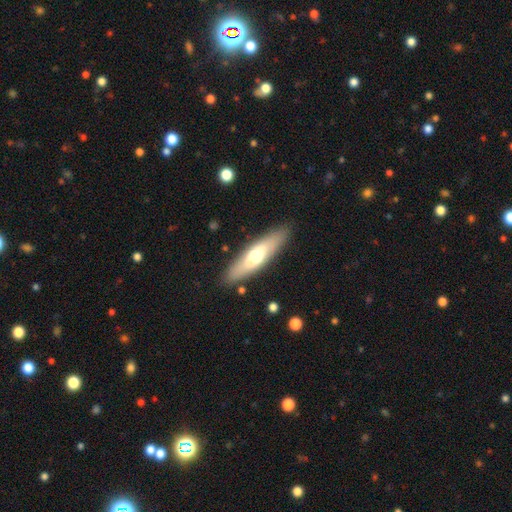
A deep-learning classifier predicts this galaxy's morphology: Q: Smooth or featured?
A: smooth (50%); runner-up: featured or disk (44%)
Q: How rounded?
A: cigar-shaped (58%); runner-up: in between (40%)
Q: Merging?
A: none (83%); runner-up: minor disturbance (10%)